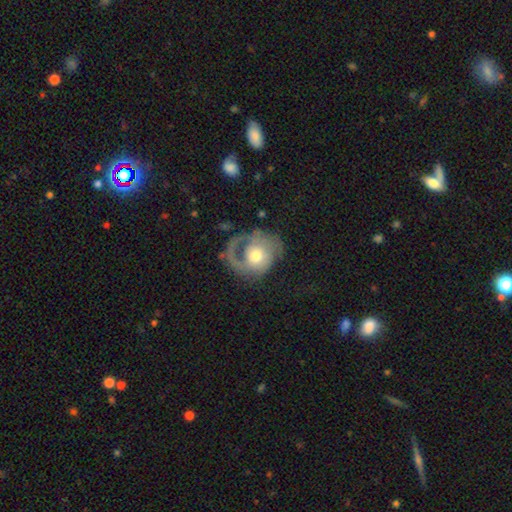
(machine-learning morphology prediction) type=featured or disk (64%); edge-on=no (97%); bar=no (81%); spiral arms=yes (71%); bulge=moderate (67%); merging=major disturbance (41%).